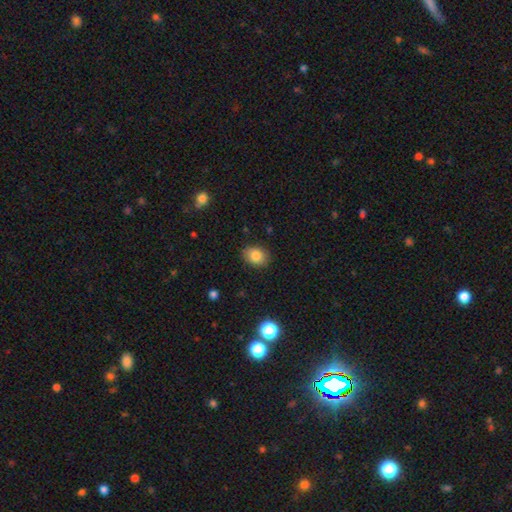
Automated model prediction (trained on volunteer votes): Morphology: type=smooth (83%); roundness=in between (61%); merging=none (86%).